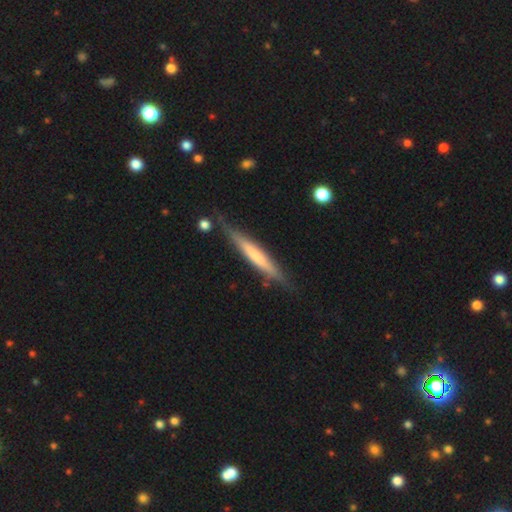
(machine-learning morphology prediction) smooth-or-featured: smooth: 49% | featured or disk: 46% | star or artifact: 5%
  merging: none: 74% | minor disturbance: 18% | major disturbance: 4% | merger: 3%